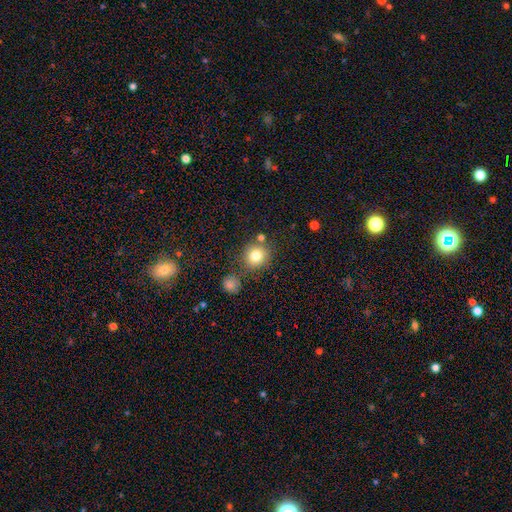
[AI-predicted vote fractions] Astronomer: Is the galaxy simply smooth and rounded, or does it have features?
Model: smooth — 81%.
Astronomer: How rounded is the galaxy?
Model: round — 86%.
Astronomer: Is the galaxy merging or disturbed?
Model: none — 74%.